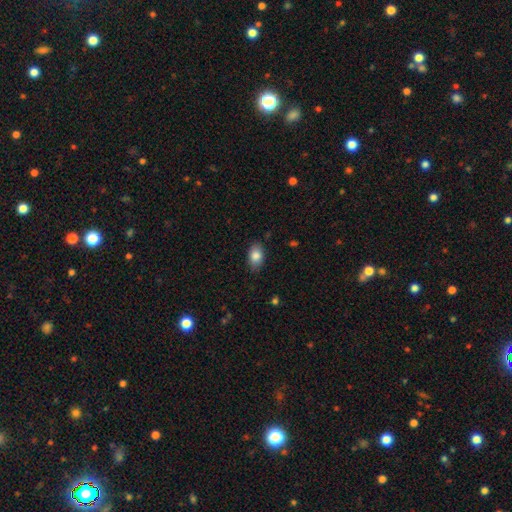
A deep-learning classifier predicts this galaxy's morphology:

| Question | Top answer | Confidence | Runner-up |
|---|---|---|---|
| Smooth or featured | smooth | 85% | star or artifact (8%) |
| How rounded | in between | 87% | round (11%) |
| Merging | none | 83% | minor disturbance (13%) |